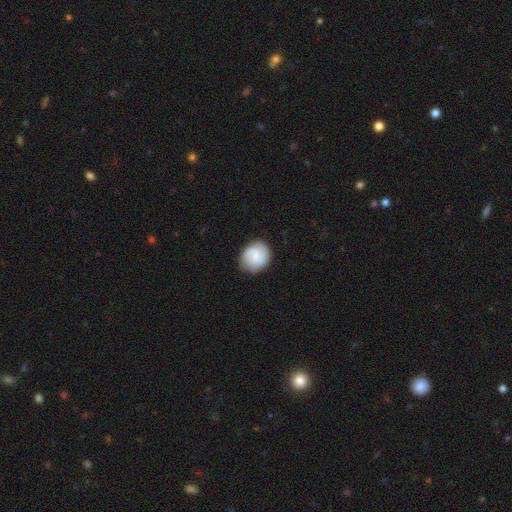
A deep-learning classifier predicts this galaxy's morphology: Q: Smooth or featured?
A: smooth (61%); runner-up: featured or disk (31%)
Q: How rounded?
A: round (71%); runner-up: in between (29%)
Q: Merging?
A: none (79%); runner-up: minor disturbance (16%)